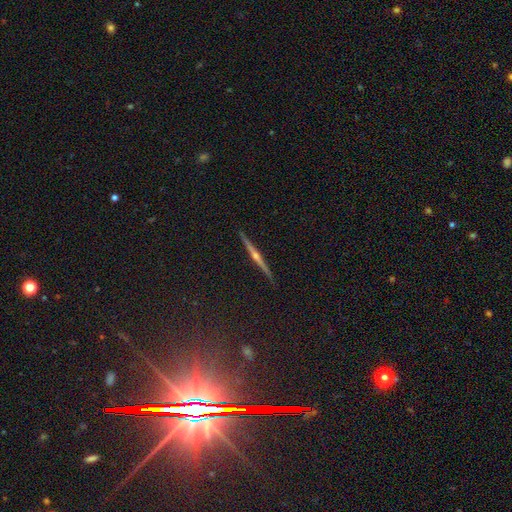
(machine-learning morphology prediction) Overall: featured or disk (76%). Edge-on disk: yes (98%). Edge-on bulge: rounded (86%). Merging: none (92%).